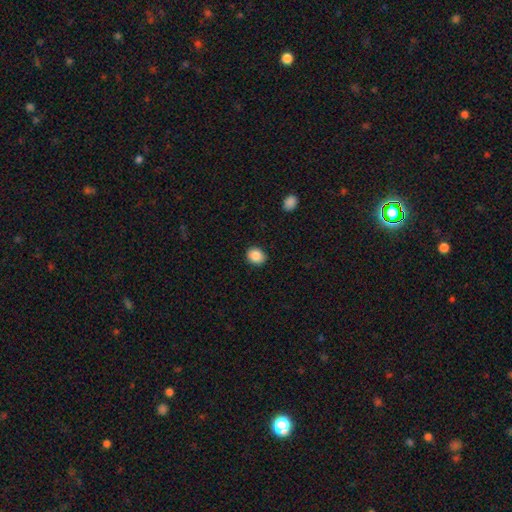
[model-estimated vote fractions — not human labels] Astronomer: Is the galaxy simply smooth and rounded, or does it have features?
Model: smooth — 87%.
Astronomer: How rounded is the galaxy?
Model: round — 67%.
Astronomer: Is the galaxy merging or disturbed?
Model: none — 89%.